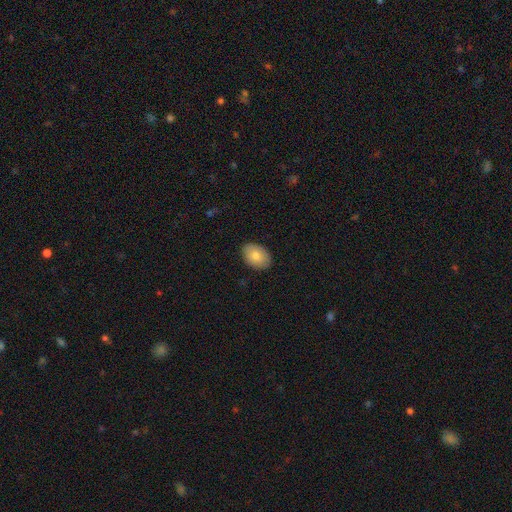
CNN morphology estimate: The model was most divided on "smooth or featured": smooth: 82%, featured or disk: 12%, star or artifact: 7%. More confident: merging — none (87%); how rounded — in between (85%).